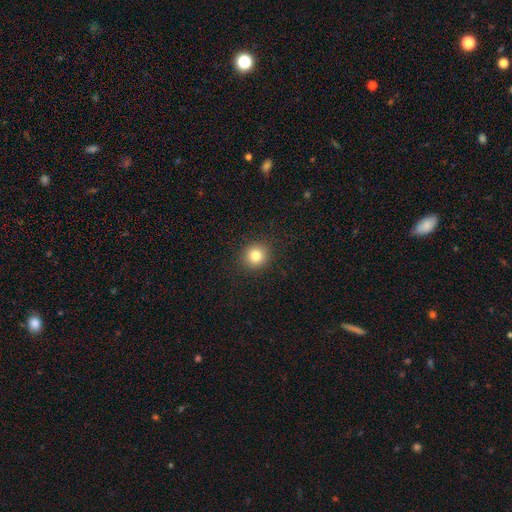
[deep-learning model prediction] This appears to be a smooth galaxy with no disk features (81%) that is round (91%). Merging: none (91%).